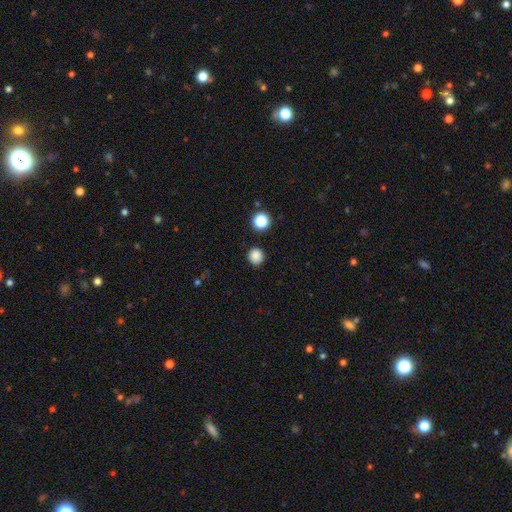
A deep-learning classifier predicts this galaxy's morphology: Smooth or featured? smooth (85%)
How rounded? round (93%)
Merging? none (90%)